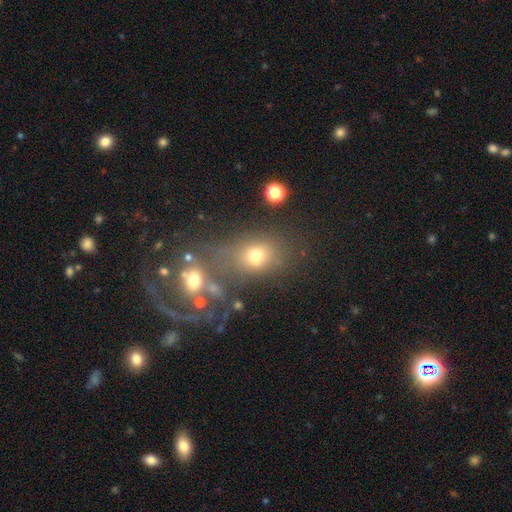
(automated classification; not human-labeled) smooth-or-featured: smooth: 65% | star or artifact: 19% | featured or disk: 16%
  how-rounded: round: 49% (tied) | in between: 49% (tied) | cigar-shaped: 2%
  merging: none: 42% | merger: 36% | minor disturbance: 12% | major disturbance: 10%